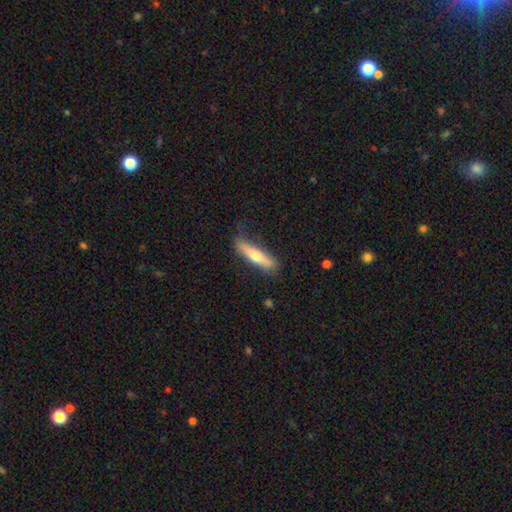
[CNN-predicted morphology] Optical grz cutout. It shows a smooth galaxy with no disk features (53%) that is cigar-shaped (81%). Merging: none (77%).